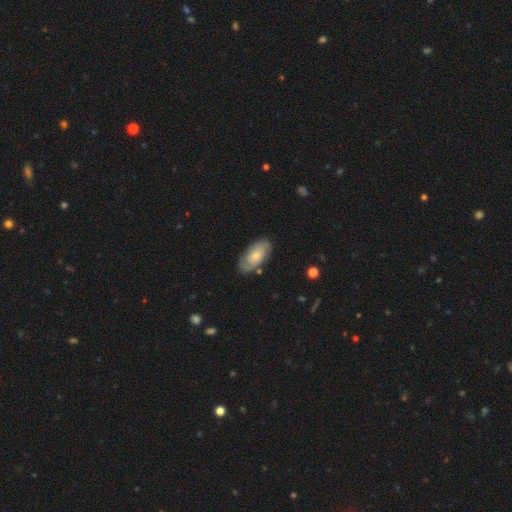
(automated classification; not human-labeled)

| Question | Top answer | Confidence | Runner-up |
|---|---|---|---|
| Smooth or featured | featured or disk | 51% | smooth (43%) |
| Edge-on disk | no | 92% | yes (8%) |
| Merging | none | 79% | minor disturbance (15%) |